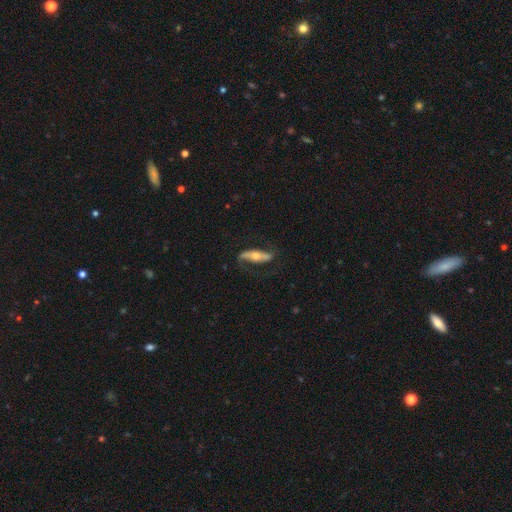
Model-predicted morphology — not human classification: smooth-or-featured: featured or disk: 67% | smooth: 28% | star or artifact: 6%
  disk-edge-on: no: 60% | yes: 40%
  merging: none: 69% | minor disturbance: 19% | major disturbance: 11% | merger: 2%